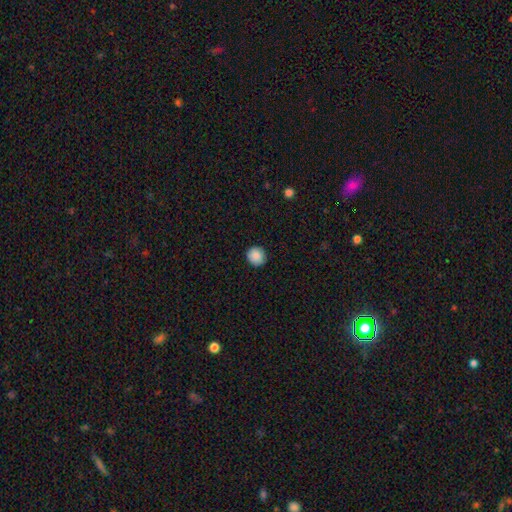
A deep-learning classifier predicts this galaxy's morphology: type=smooth (88%); roundness=round (91%); merging=none (90%).